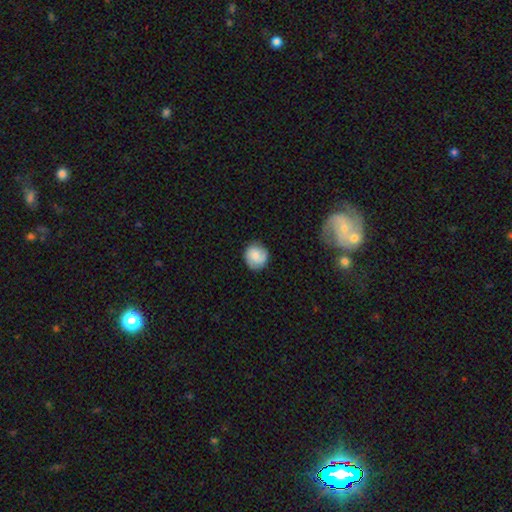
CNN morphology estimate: Smooth or featured?
  - smooth: 74% *
  - featured or disk: 19%
  - star or artifact: 8%
How rounded?
  - round: 87% *
  - in between: 12%
  - cigar-shaped: 1%
Merging?
  - none: 81% *
  - minor disturbance: 14%
  - major disturbance: 3%
  - merger: 1%